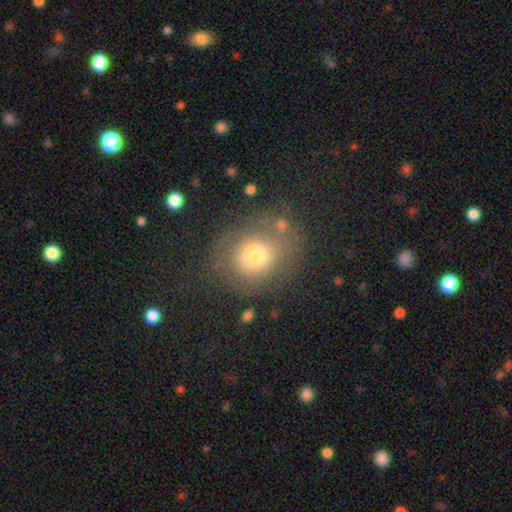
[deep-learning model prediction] smooth_or_featured: smooth (p=0.69) [alt: featured or disk p=0.17]
how_rounded: round (p=0.67) [alt: in between p=0.32]
merging: none (p=0.64) [alt: minor disturbance p=0.19]